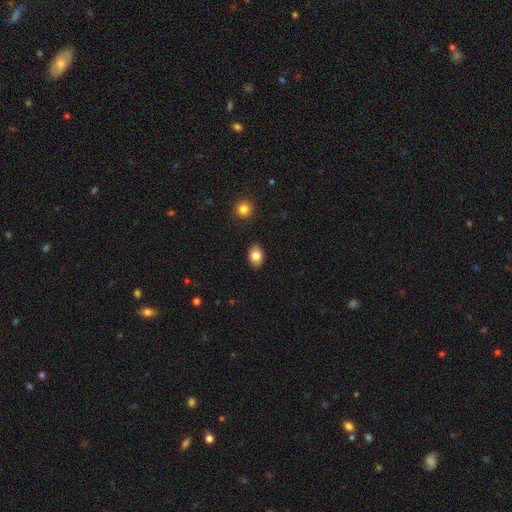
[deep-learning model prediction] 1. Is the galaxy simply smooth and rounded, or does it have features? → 82% smooth, 9% featured or disk, 8% star or artifact.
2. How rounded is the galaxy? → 82% in between, 17% round, 1% cigar-shaped.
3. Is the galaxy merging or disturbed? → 88% none, 9% minor disturbance, 2% major disturbance, 2% merger.